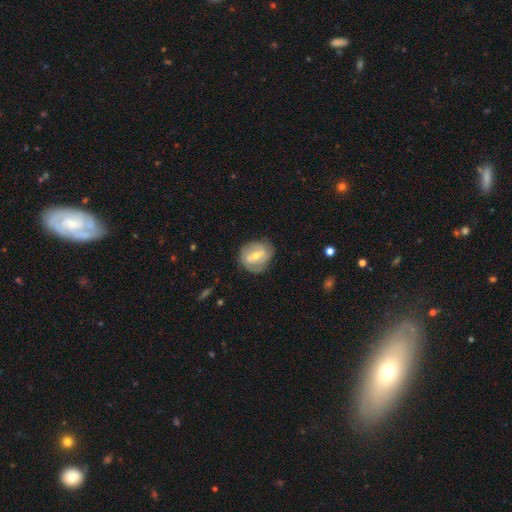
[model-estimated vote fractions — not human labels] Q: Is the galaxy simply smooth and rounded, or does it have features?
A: featured or disk — 66%.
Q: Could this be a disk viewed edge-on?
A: no — 95%.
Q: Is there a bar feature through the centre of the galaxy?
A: weak — 43%, tied with strong.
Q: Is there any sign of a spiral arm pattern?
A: yes — 72%.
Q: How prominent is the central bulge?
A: moderate — 58%.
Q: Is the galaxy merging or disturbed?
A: none — 73%.